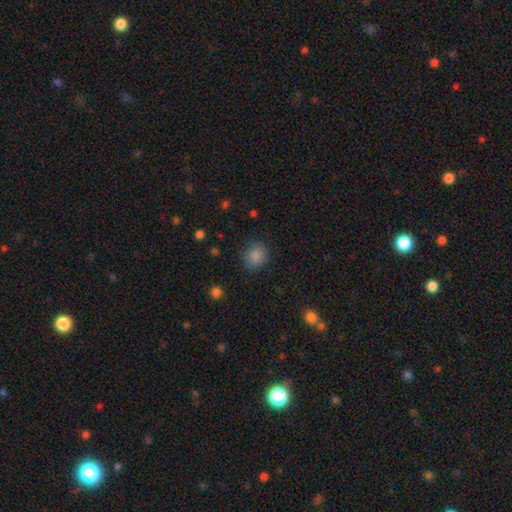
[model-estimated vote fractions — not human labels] Morphology: type=smooth (85%); roundness=round (80%); merging=none (83%).